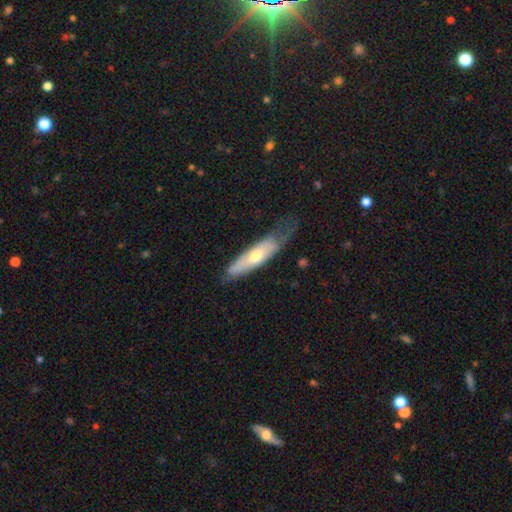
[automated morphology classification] Q: Smooth or featured?
A: smooth (48%); runner-up: featured or disk (45%)
Q: Merging?
A: none (49%); runner-up: minor disturbance (33%)